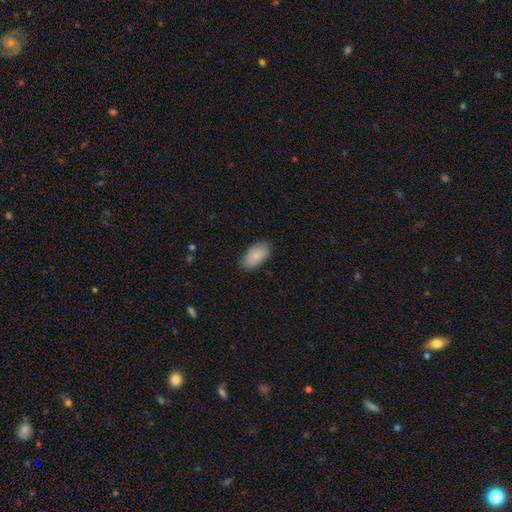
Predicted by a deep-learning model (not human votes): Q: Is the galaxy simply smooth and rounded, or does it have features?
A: smooth — 86%.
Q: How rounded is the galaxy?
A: in between — 94%.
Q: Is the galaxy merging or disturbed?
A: none — 83%.